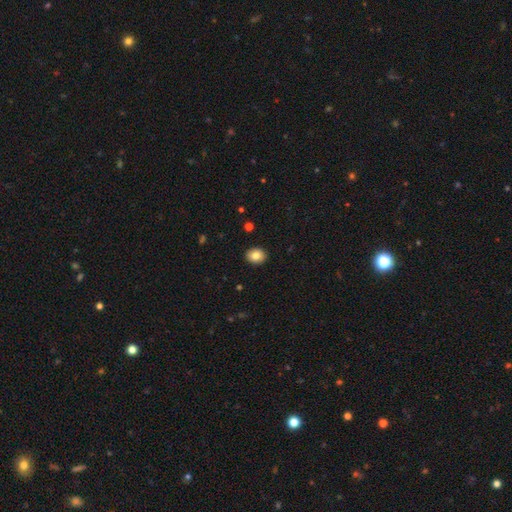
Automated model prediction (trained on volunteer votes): smooth 83%, featured or disk 9%, star or artifact 9%. Down the decision tree: how rounded — round (55%); merging — none (91%).